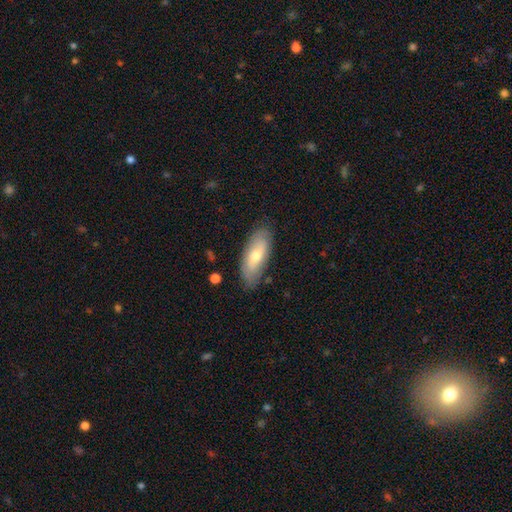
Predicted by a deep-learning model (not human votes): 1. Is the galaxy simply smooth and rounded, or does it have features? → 61% smooth, 32% featured or disk, 6% star or artifact.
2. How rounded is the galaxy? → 77% in between, 21% cigar-shaped, 2% round.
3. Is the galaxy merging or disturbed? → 80% none, 15% minor disturbance, 3% major disturbance, 2% merger.